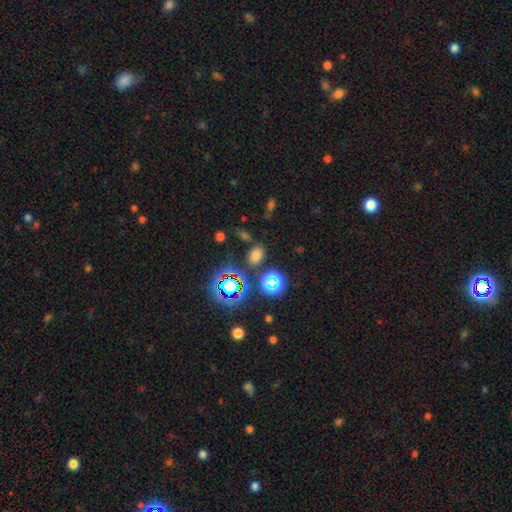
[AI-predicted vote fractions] A smooth galaxy with no disk features (63%) that is in between round and cigar-shaped (74%). Merging: none (76%).